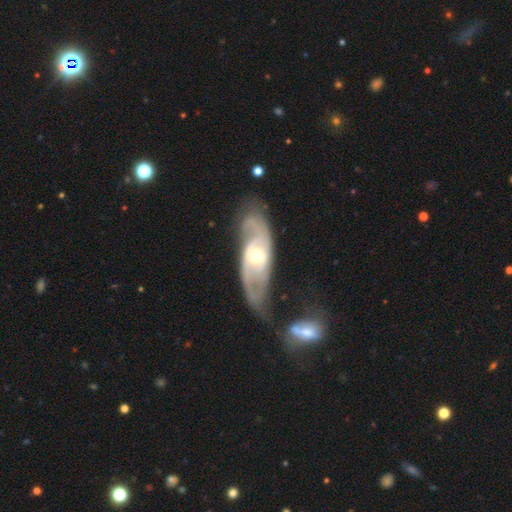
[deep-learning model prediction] The model was most divided on "spiral winding": tight: 41%, medium: 38%, loose: 20%. More confident: edge-on disk — no (89%); spiral arms — yes (85%); smooth or featured — featured or disk (83%); bulge size — moderate (73%); spiral arm count — 2 (68%); merging — none (59%); bar — no (58%).